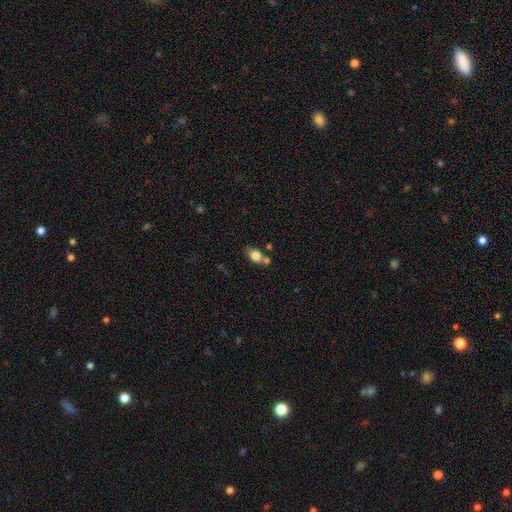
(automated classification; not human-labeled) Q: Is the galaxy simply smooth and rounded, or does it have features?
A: smooth — 80%.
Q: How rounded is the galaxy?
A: in between — 79%.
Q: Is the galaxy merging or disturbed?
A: none — 57%.